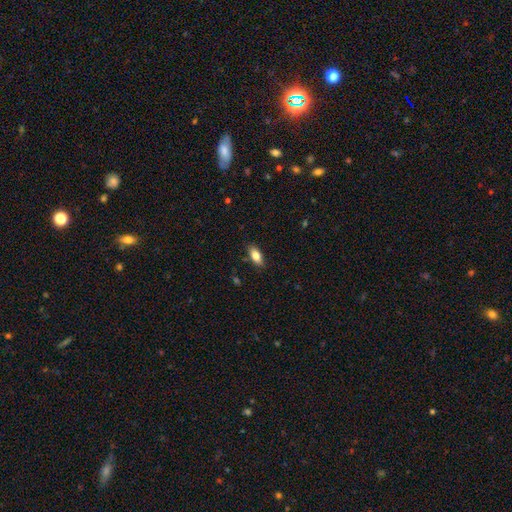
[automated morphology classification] The model was most divided on "smooth or featured": smooth: 81%, featured or disk: 12%, star or artifact: 7%. More confident: merging — none (86%); how rounded — in between (85%).